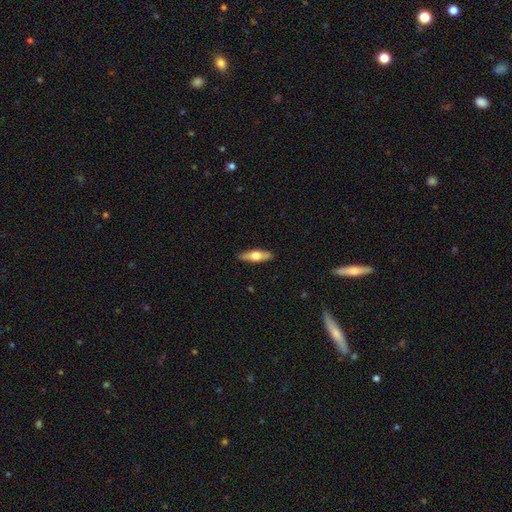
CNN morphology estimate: This is possibly a smooth galaxy (53%). How rounded: possibly cigar-shaped (60%). Merging: clearly none (90%).